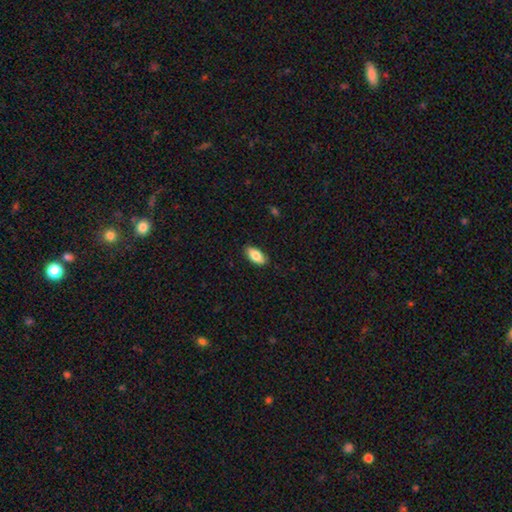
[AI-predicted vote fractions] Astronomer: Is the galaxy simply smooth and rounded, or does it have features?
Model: smooth — 81%.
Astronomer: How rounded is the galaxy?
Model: in between — 89%.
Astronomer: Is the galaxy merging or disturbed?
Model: none — 86%.